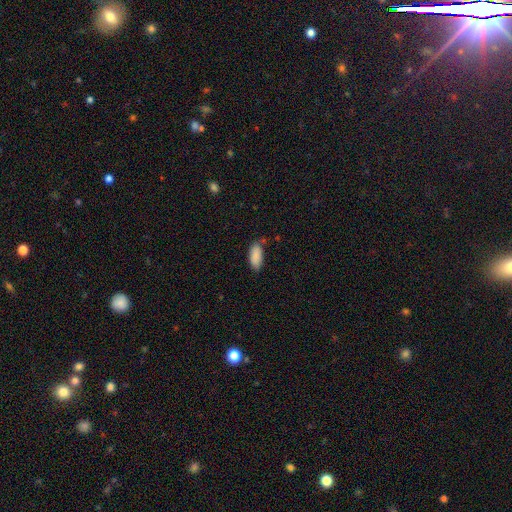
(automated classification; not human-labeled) smooth_or_featured: smooth (p=0.89) [alt: star or artifact p=0.07]
how_rounded: in between (p=0.87) [alt: cigar-shaped p=0.11]
merging: none (p=0.72) [alt: minor disturbance p=0.21]